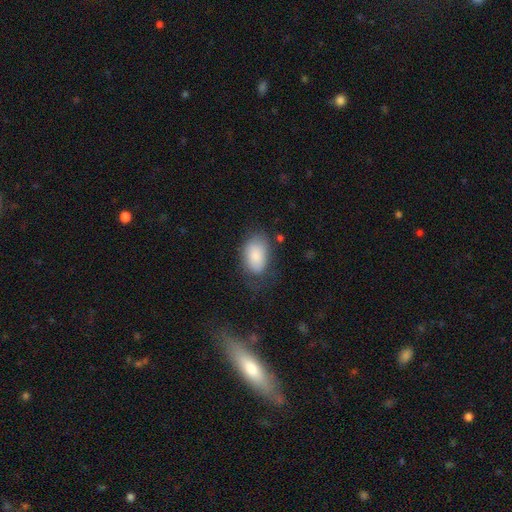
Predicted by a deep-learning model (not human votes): Morphology: type=smooth (83%); roundness=in between (92%); merging=none (58%).